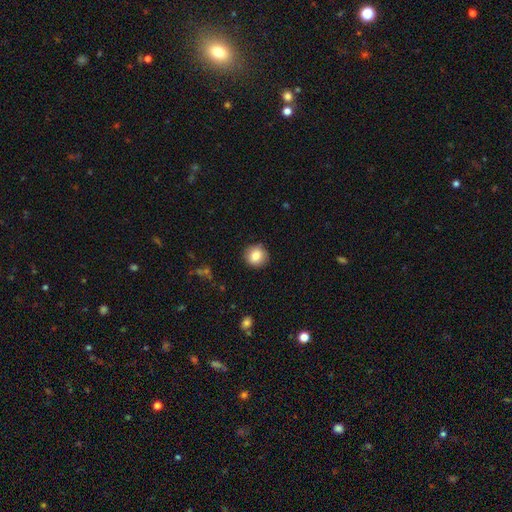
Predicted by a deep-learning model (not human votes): Q: Smooth or featured?
A: smooth (82%); runner-up: star or artifact (9%)
Q: How rounded?
A: round (91%); runner-up: in between (8%)
Q: Merging?
A: none (90%); runner-up: minor disturbance (7%)